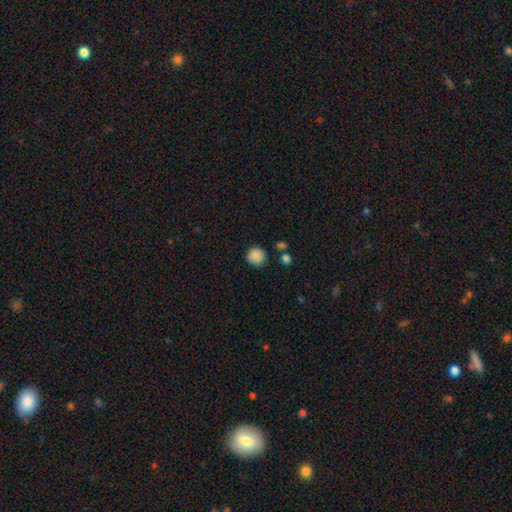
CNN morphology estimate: Q: Smooth or featured?
A: smooth (86%); runner-up: star or artifact (9%)
Q: How rounded?
A: round (91%); runner-up: in between (9%)
Q: Merging?
A: none (76%); runner-up: minor disturbance (16%)